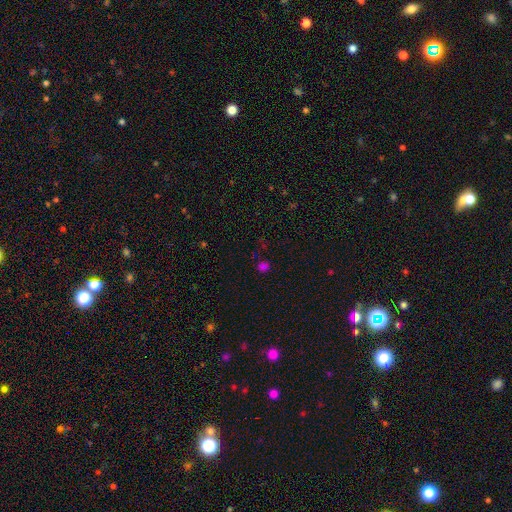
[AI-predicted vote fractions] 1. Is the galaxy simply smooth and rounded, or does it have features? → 61% smooth, 34% star or artifact, 6% featured or disk.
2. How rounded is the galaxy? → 80% round, 19% in between, 1% cigar-shaped.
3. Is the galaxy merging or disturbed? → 79% none, 12% minor disturbance, 5% major disturbance, 4% merger.